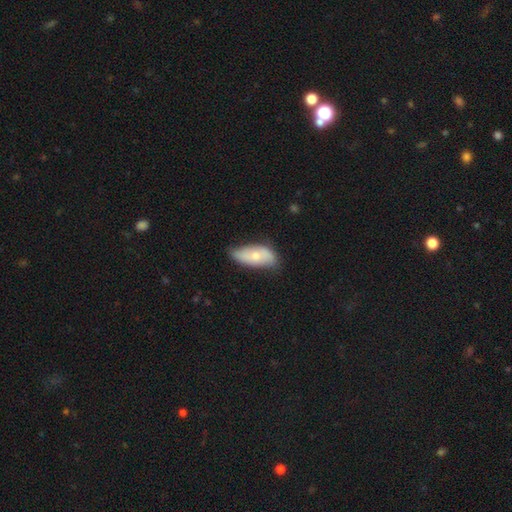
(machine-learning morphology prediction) Overall: smooth (60%; featured or disk 34%). How rounded: in between (88%). Merging: none (62%; minor disturbance 31%).